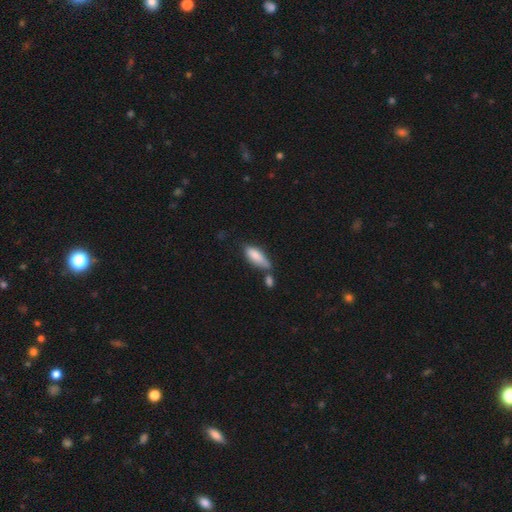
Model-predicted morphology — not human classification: This appears to be a smooth galaxy with no disk features (81%) that is in between round and cigar-shaped (68%). Merging: none (39%).